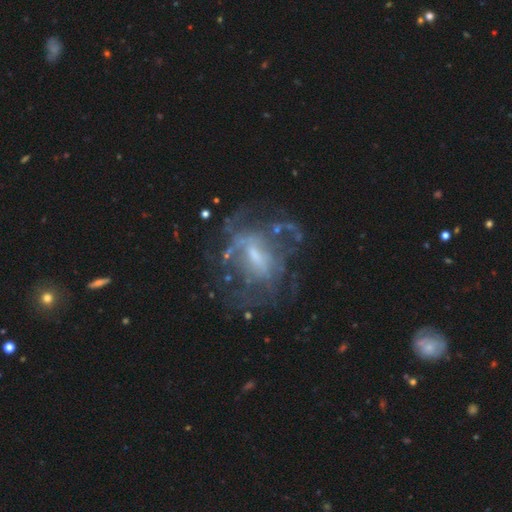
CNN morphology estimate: Smooth or featured? Predicted: featured or disk (p=0.75). Edge-on disk? Predicted: no (p=0.96). Bar? Predicted: weak (p=0.46). Spiral arms? Predicted: yes (p=0.58). Bulge size? Predicted: small (p=0.46). Merging? Predicted: none (p=0.52).